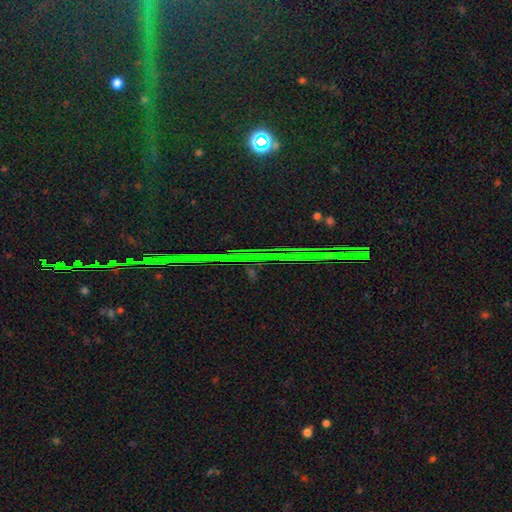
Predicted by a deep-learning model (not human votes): Overall: star or artifact (80%).